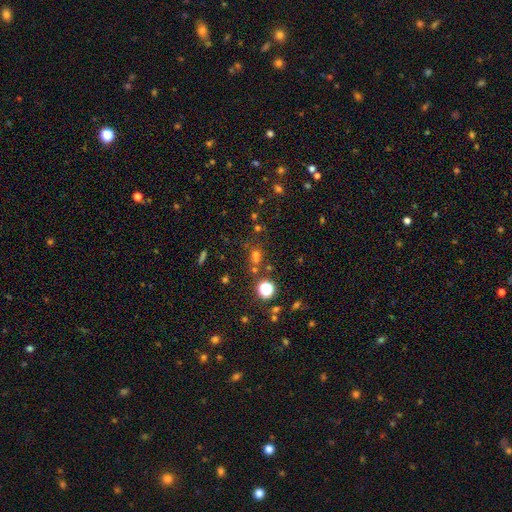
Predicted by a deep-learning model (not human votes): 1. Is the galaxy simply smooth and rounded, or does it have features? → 51% smooth, 39% star or artifact, 10% featured or disk.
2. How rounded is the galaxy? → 83% round, 16% in between, 1% cigar-shaped.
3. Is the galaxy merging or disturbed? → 59% none, 26% merger, 9% minor disturbance, 5% major disturbance.